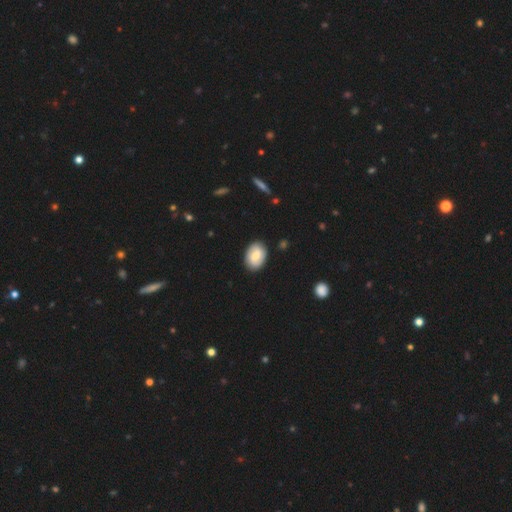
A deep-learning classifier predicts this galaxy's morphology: Smooth or featured?
  - smooth: 58% *
  - featured or disk: 36%
  - star or artifact: 6%
How rounded?
  - in between: 80% *
  - round: 19%
  - cigar-shaped: 1%
Merging?
  - none: 86% *
  - minor disturbance: 10%
  - major disturbance: 2%
  - merger: 1%